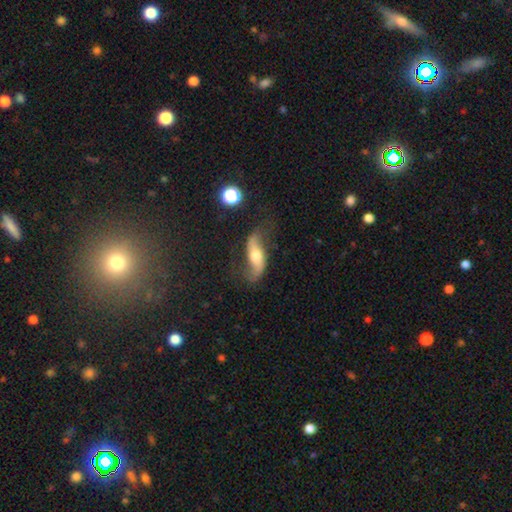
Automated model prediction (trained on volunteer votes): This appears to be a featured or disk galaxy (72%) with no bar (49%), 2 (91%) loose (87%) spiral arms (91%) and a moderate central bulge (62%). Merging: none (62%).